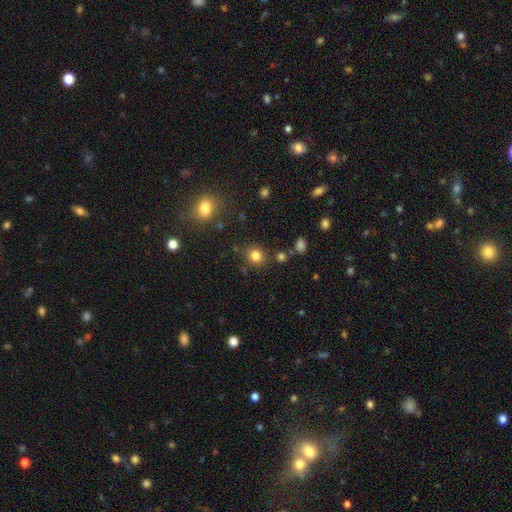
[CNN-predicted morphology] The model was most divided on "how rounded": round: 80%, in between: 19%, cigar-shaped: 1%. More confident: merging — none (83%); smooth or featured — smooth (82%).